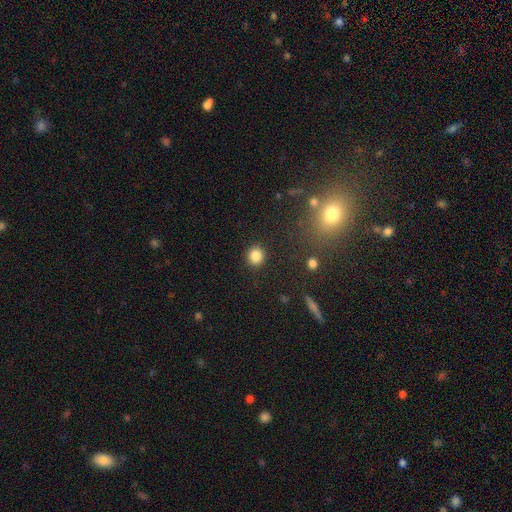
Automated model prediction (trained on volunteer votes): Morphology: type=smooth (84%); roundness=round (89%); merging=none (90%).